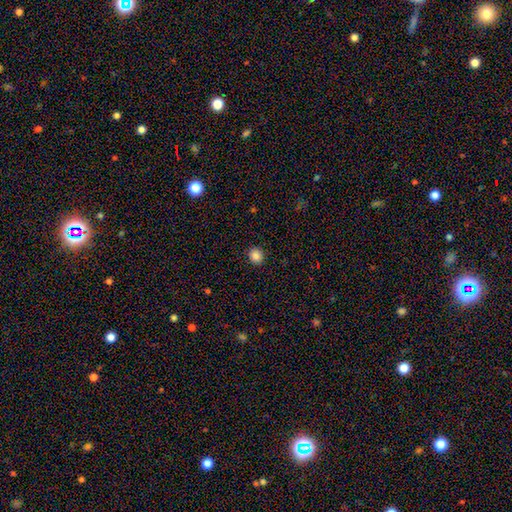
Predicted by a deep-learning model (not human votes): smooth_or_featured: smooth (p=0.85) [alt: star or artifact p=0.11]
how_rounded: round (p=0.85) [alt: in between p=0.14]
merging: none (p=0.92) [alt: minor disturbance p=0.05]